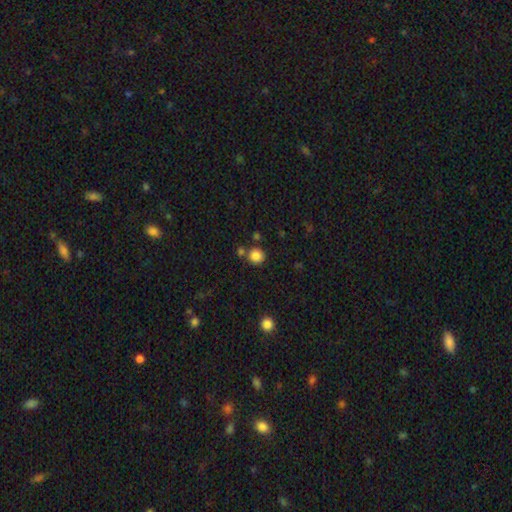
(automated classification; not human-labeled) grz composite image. It shows a smooth galaxy with no disk features (85%) that is round (89%). Merging: none (76%).